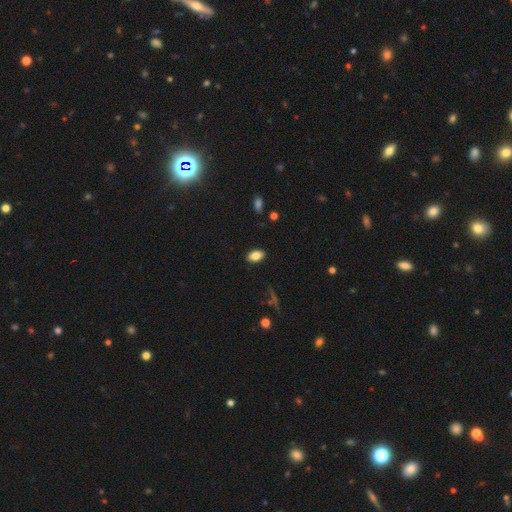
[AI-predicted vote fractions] A smooth galaxy with no disk features (82%) that is in between round and cigar-shaped (92%). Merging: none (88%).